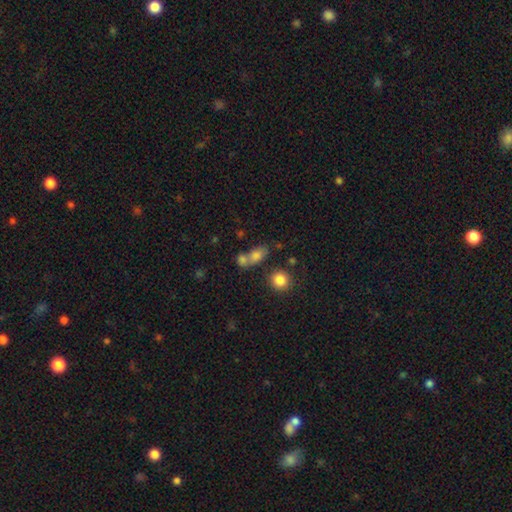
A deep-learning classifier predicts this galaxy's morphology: A smooth galaxy with no disk features (75%) that is in between round and cigar-shaped (68%).

Vote fractions:
- Smooth or featured? smooth: 75% / star or artifact: 12% / featured or disk: 12%
- How rounded? in between: 68% / round: 25% / cigar-shaped: 6%
- Merging? merger: 43% / none: 40% / minor disturbance: 11% / major disturbance: 6%